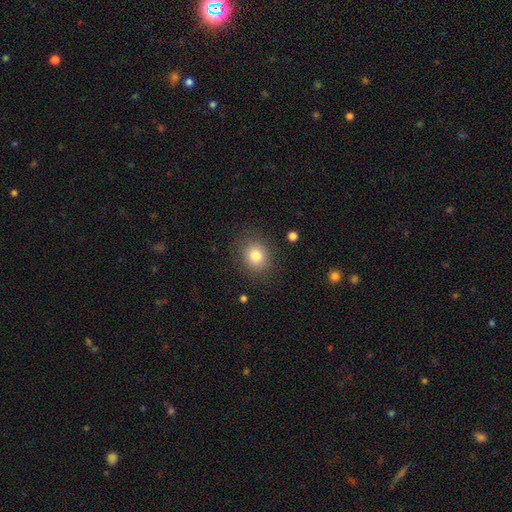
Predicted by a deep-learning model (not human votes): Overall: smooth (82%). How rounded: round (72%). Merging: none (85%).